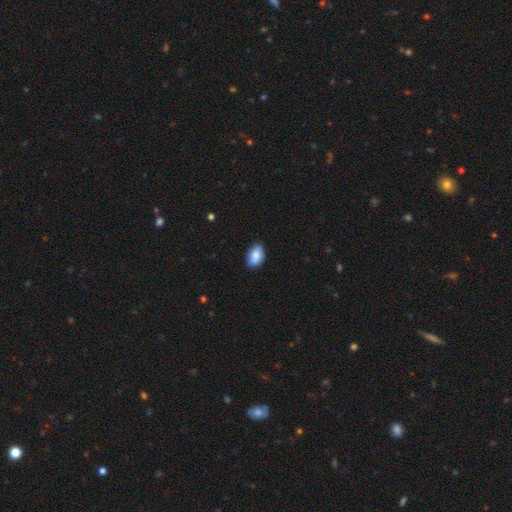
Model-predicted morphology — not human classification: Q: Smooth or featured?
A: smooth (85%); runner-up: featured or disk (8%)
Q: How rounded?
A: in between (89%); runner-up: round (10%)
Q: Merging?
A: none (81%); runner-up: minor disturbance (16%)